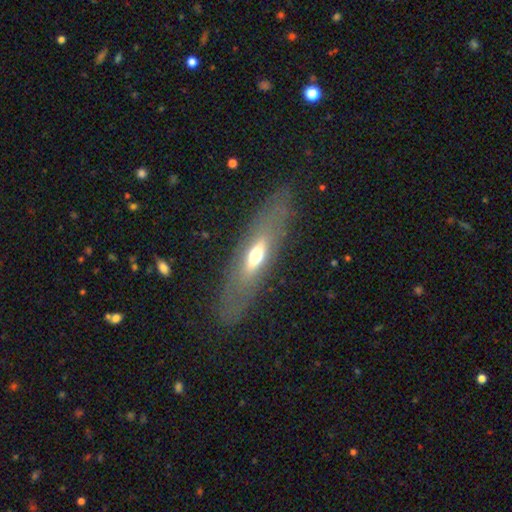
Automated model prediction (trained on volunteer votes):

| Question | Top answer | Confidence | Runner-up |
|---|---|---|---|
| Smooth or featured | featured or disk | 50% | smooth (41%) |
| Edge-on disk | yes | 60% | no (40%) |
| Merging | none | 80% | minor disturbance (12%) |